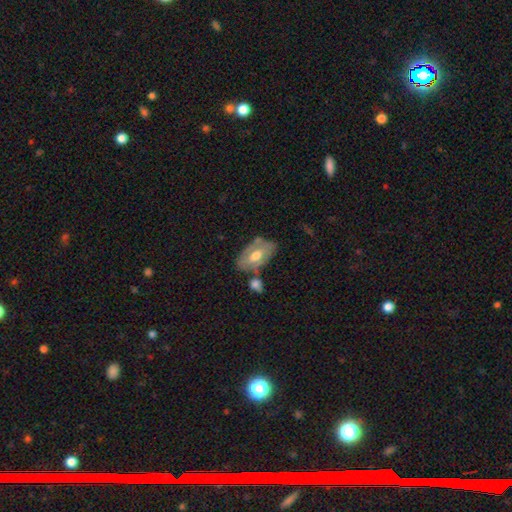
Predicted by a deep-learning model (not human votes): Smooth or featured? Predicted: featured or disk (p=0.49). Merging? Predicted: none (p=0.55).